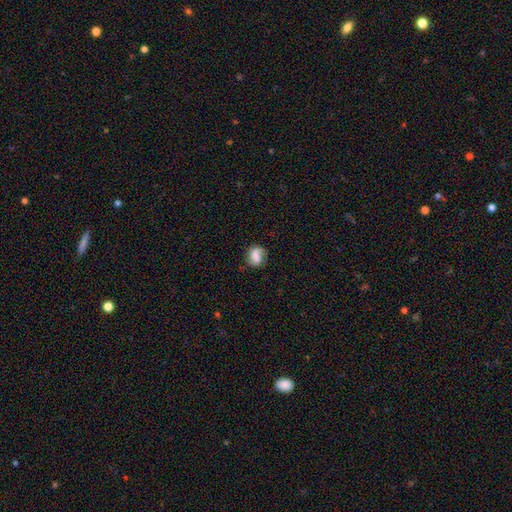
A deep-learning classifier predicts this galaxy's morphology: type=smooth (54%); roundness=round (52%); merging=none (63%).